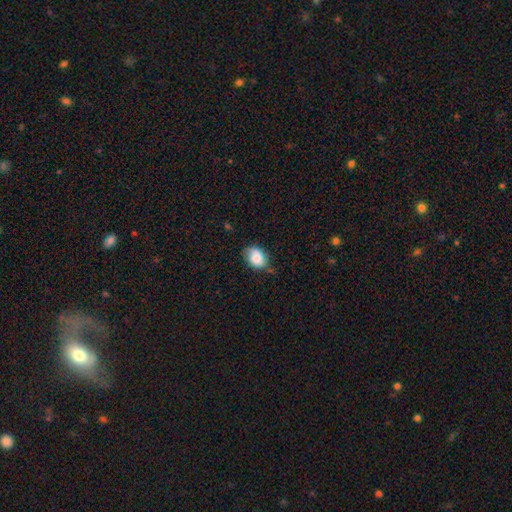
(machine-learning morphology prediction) smooth-or-featured: smooth: 80% | featured or disk: 12% | star or artifact: 8%
  how-rounded: in between: 72% | round: 27% | cigar-shaped: 1%
  merging: none: 58% | minor disturbance: 33% | major disturbance: 7% | merger: 2%